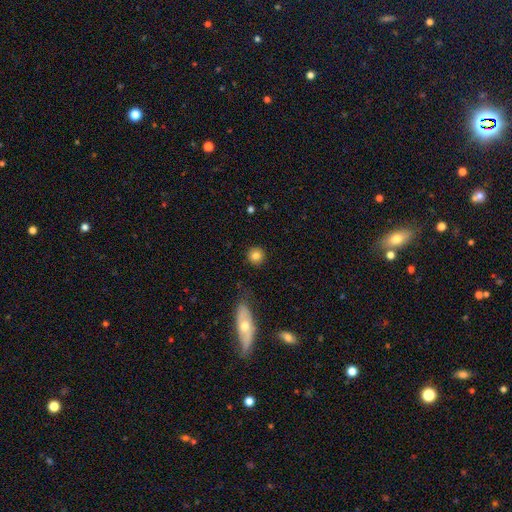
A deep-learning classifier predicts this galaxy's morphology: smooth-or-featured: smooth: 82% | star or artifact: 10% | featured or disk: 8%
  how-rounded: round: 92% | in between: 7% | cigar-shaped: 1%
  merging: none: 88% | minor disturbance: 7% | major disturbance: 3% | merger: 2%